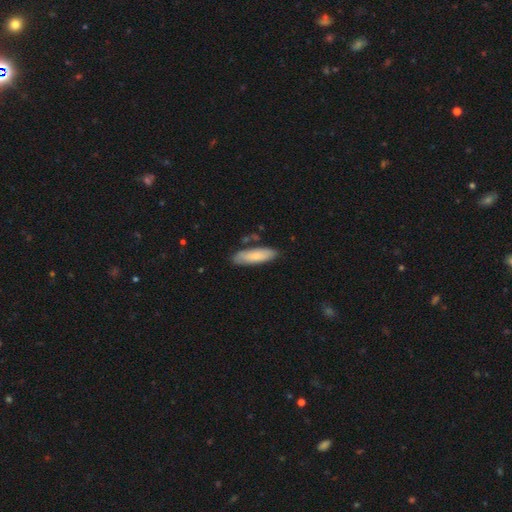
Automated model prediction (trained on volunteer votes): A smooth galaxy with no disk features (76%) that is cigar-shaped (52%). Merging: none (78%).